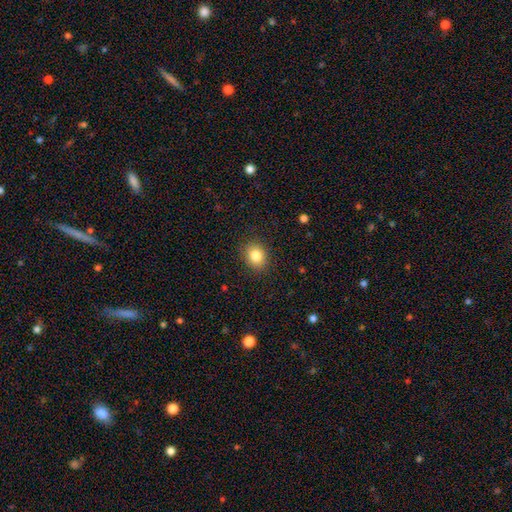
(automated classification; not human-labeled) smooth 83%, star or artifact 10%, featured or disk 7%. Down the decision tree: how rounded — round (62%); merging — none (88%).